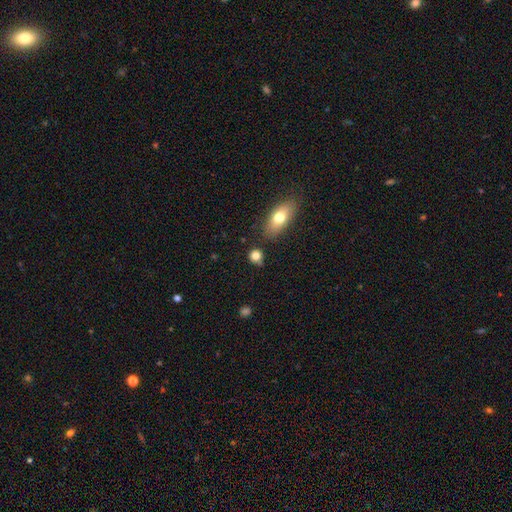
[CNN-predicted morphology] This appears to be a smooth galaxy with no disk features (81%) that is round (77%). Merging: none (73%).